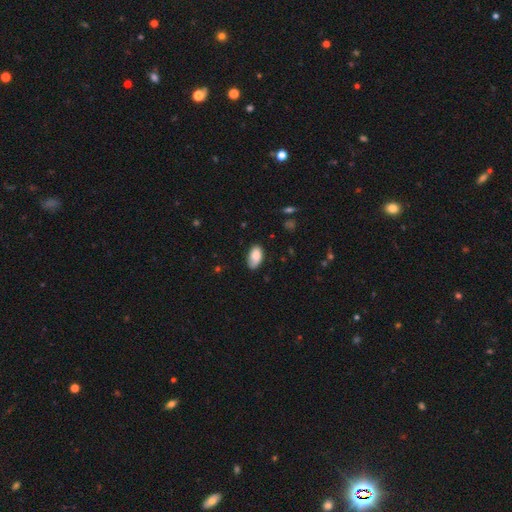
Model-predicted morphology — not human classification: smooth 83%, featured or disk 10%, star or artifact 7%. Down the decision tree: how rounded — in between (94%); merging — none (67%).